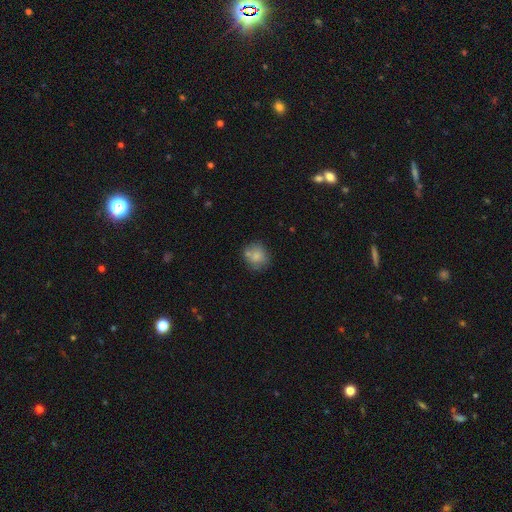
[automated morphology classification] type=smooth (75%); roundness=round (76%); merging=none (60%).